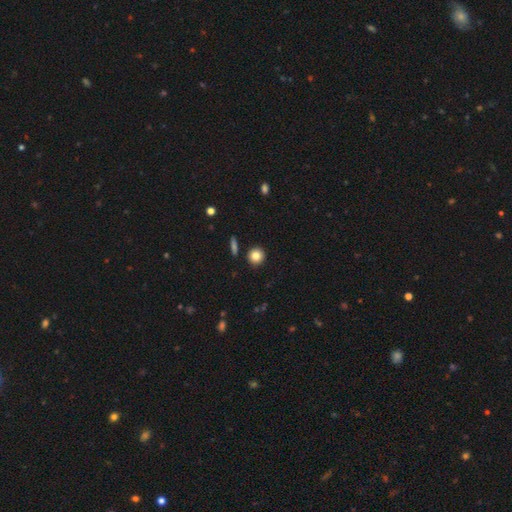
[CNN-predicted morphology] This appears to be a smooth galaxy with no disk features (84%) that is round (92%). Merging: none (90%).